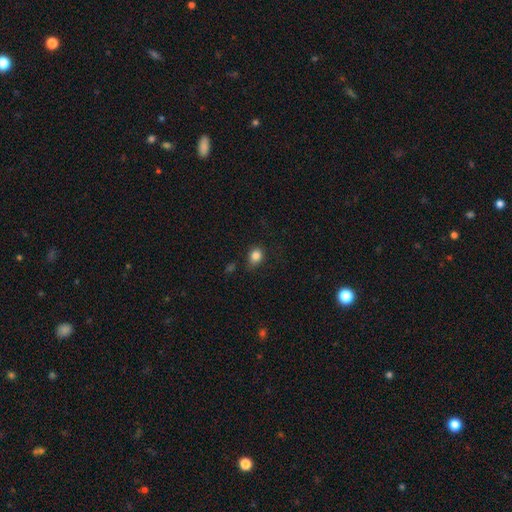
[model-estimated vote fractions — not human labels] Smooth or featured? smooth (84%)
How rounded? round (53%)
Merging? none (73%)